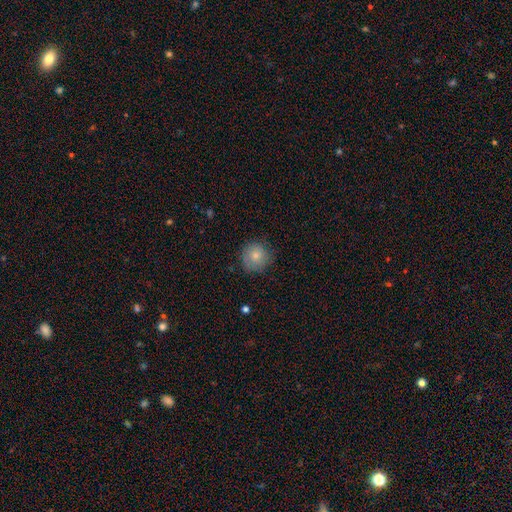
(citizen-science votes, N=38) Smooth or featured: smooth — 95% (featured or disk — 3%)
How rounded: round — 94% (in between — 6%)
Merging: none — 84% (minor disturbance — 8%)